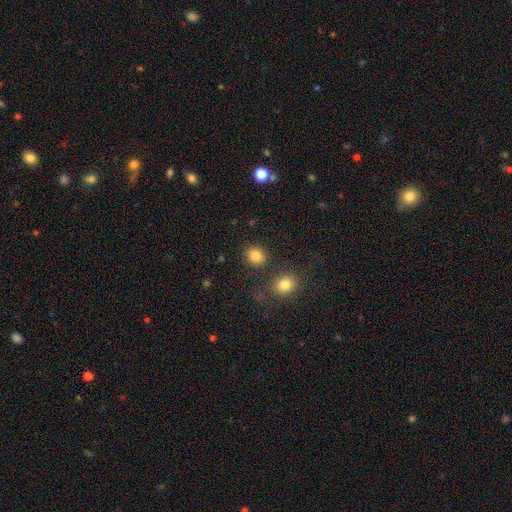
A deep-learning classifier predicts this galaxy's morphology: Smooth or featured? smooth (84%)
How rounded? round (69%)
Merging? none (83%)